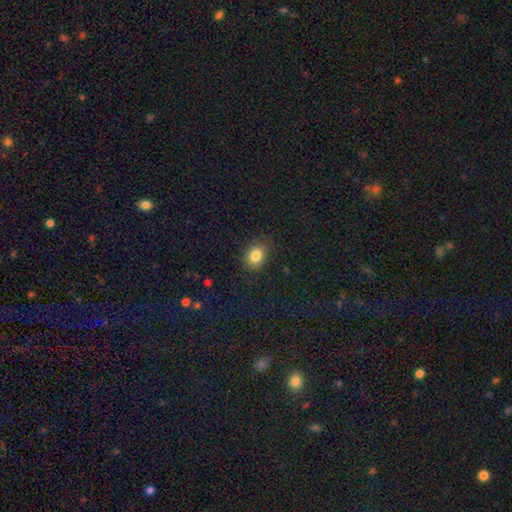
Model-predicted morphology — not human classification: Smooth or featured? Predicted: smooth (p=0.84). How rounded? Predicted: in between (p=0.63). Merging? Predicted: none (p=0.84).